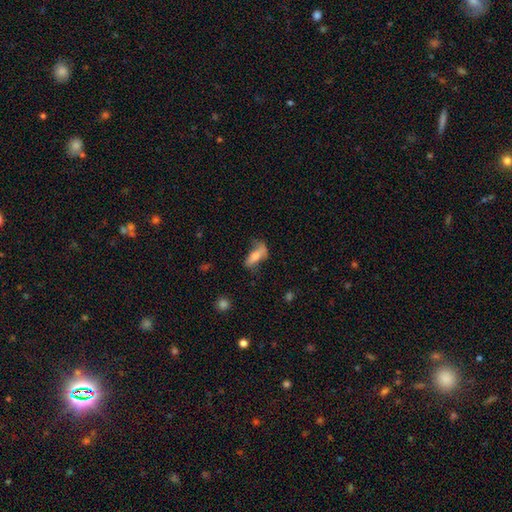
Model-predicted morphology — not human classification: This is likely a smooth galaxy (62%). How rounded: likely in between (66%). Merging: marginally none (45%).